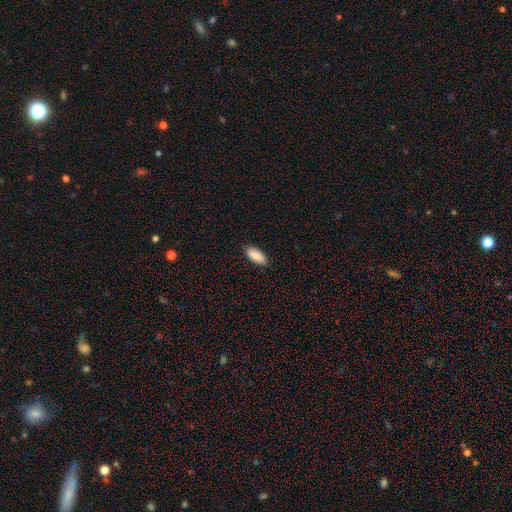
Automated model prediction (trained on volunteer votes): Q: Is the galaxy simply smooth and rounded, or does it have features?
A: smooth — 88%.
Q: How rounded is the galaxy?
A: in between — 86%.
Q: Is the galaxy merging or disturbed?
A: none — 87%.